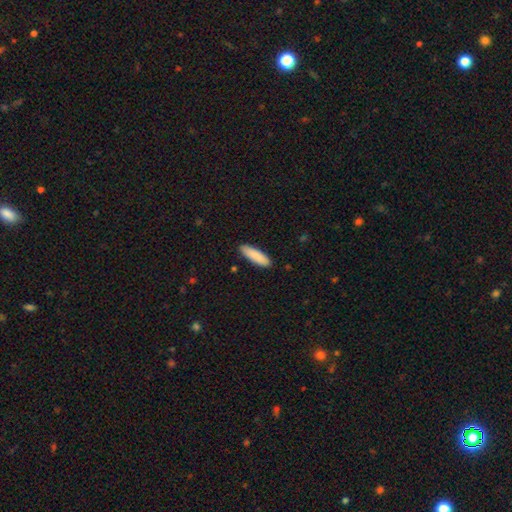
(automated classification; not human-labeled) Overall: smooth (89%). How rounded: cigar-shaped (61%; in between 38%). Merging: none (89%).